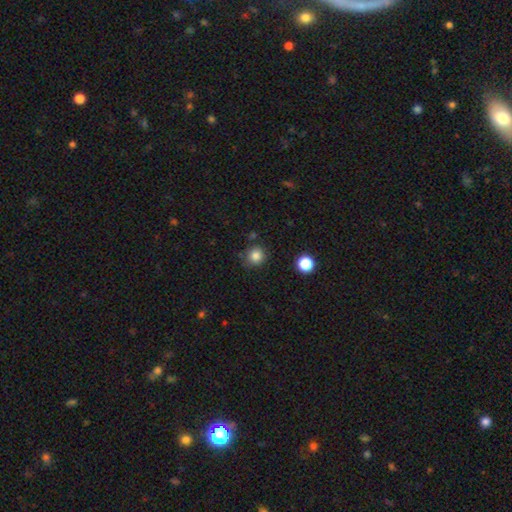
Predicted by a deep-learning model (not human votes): smooth_or_featured: smooth (p=0.84) [alt: star or artifact p=0.12]
how_rounded: round (p=0.91) [alt: in between p=0.08]
merging: none (p=0.82) [alt: minor disturbance p=0.11]